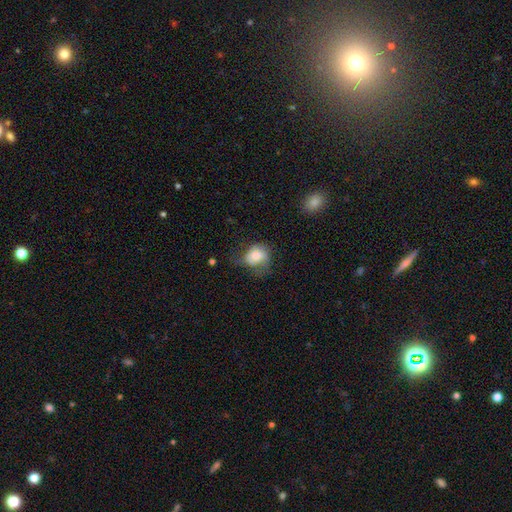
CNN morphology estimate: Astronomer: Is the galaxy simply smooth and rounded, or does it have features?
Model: smooth — 74%.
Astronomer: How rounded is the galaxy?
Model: round — 56% (runner-up: in between, 43%).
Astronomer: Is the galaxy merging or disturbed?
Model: none — 37% (runner-up: minor disturbance, 33%).